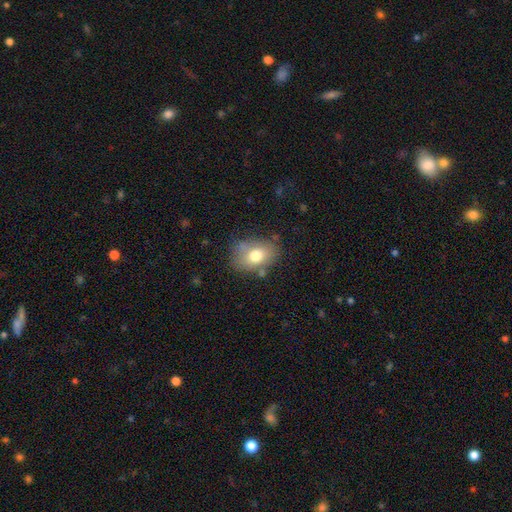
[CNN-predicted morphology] Smooth or featured? Predicted: smooth (p=0.73). How rounded? Predicted: in between (p=0.74). Merging? Predicted: none (p=0.69).